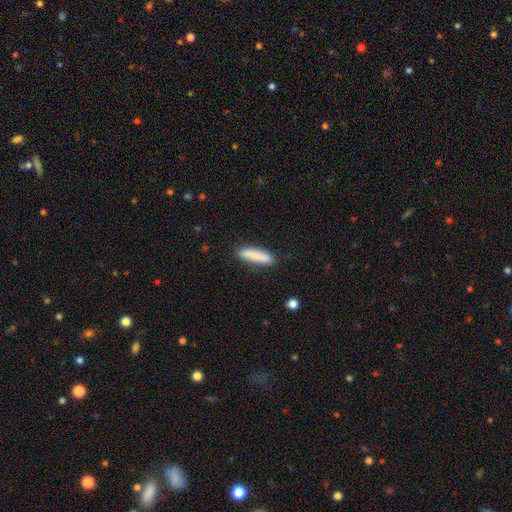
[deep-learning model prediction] Morphology: type=smooth (86%); roundness=cigar-shaped (80%); merging=none (86%).